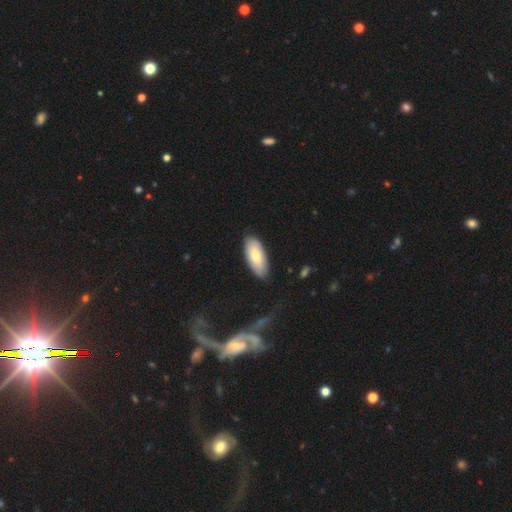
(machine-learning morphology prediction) Smooth or featured? Predicted: smooth (p=0.73). How rounded? Predicted: in between (p=0.89). Merging? Predicted: none (p=0.82).